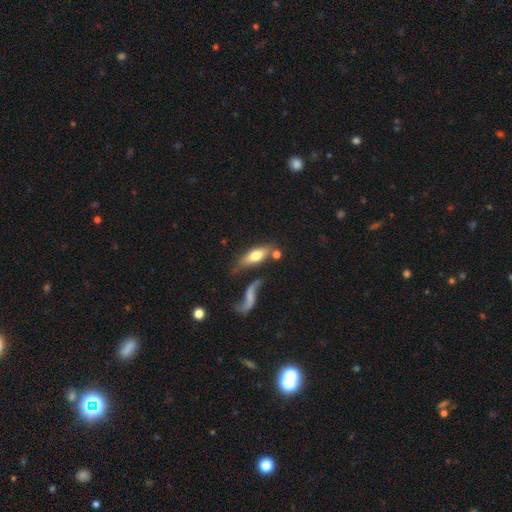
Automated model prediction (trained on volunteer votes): Q: Smooth or featured?
A: smooth (64%); runner-up: featured or disk (29%)
Q: How rounded?
A: in between (72%); runner-up: cigar-shaped (24%)
Q: Merging?
A: none (51%); runner-up: merger (21%)